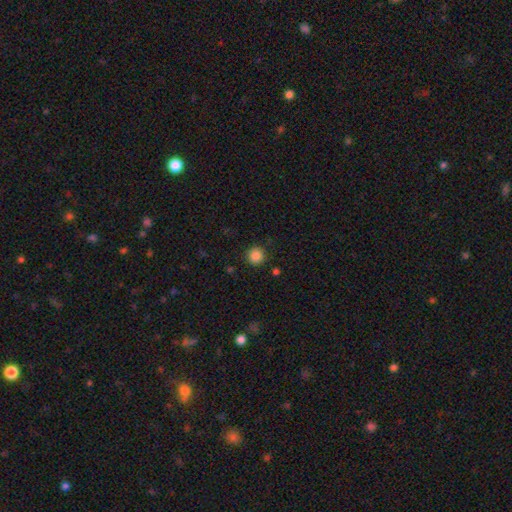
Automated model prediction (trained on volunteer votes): A smooth galaxy with no disk features (86%) that is round (95%).

Vote fractions:
- Smooth or featured? smooth: 86% / star or artifact: 11% / featured or disk: 3%
- How rounded? round: 95% / in between: 4% / cigar-shaped: 1%
- Merging? none: 91% / minor disturbance: 6% / major disturbance: 2% / merger: 1%